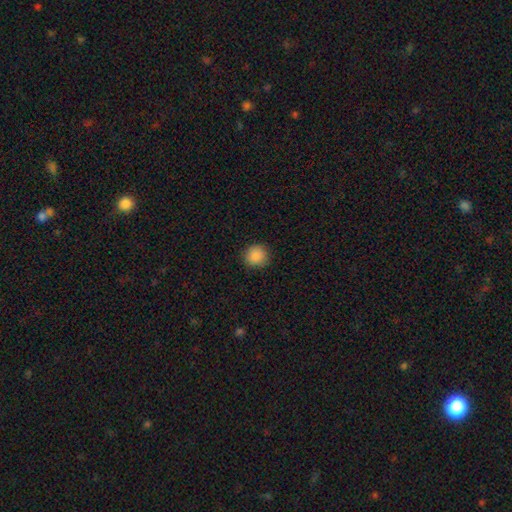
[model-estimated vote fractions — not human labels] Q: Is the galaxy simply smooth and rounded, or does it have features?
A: smooth — 88%.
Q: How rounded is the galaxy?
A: round — 92%.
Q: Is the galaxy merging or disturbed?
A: none — 90%.